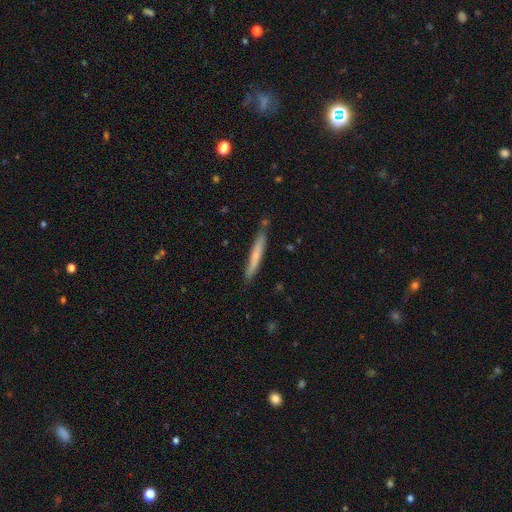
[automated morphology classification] smooth_or_featured: smooth (p=0.58) [alt: featured or disk p=0.37]
how_rounded: cigar-shaped (p=0.95) [alt: in between p=0.04]
merging: none (p=0.83) [alt: minor disturbance p=0.13]